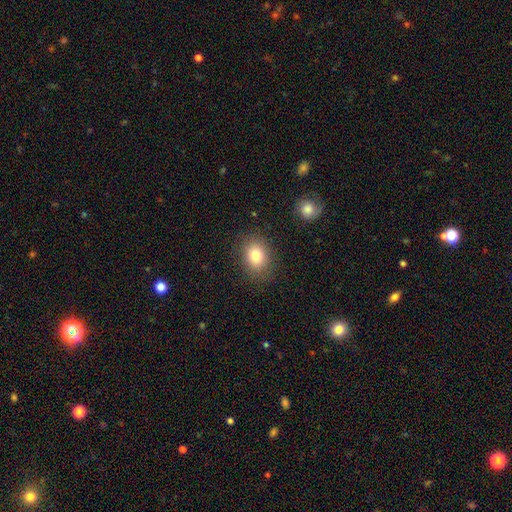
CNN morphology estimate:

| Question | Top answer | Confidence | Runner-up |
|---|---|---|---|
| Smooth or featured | smooth | 80% | star or artifact (11%) |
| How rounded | round | 53% | in between (46%) |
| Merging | none | 85% | minor disturbance (10%) |